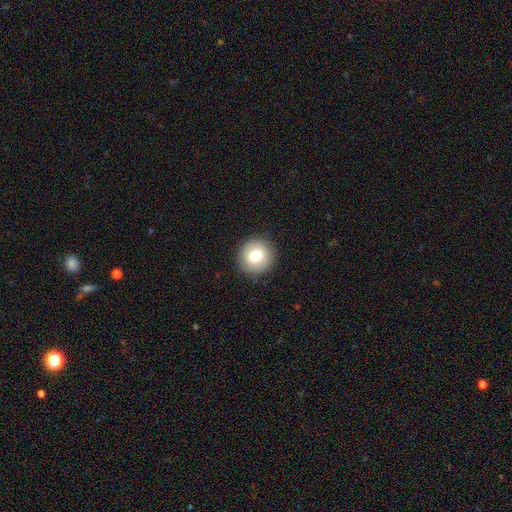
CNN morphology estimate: This appears to be a smooth galaxy with no disk features (78%) that is round (93%). Merging: none (90%).